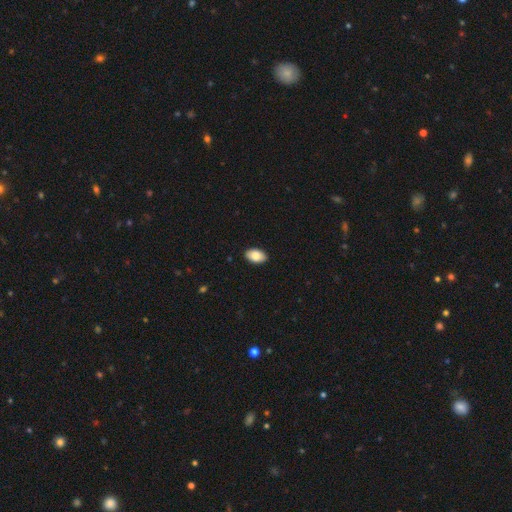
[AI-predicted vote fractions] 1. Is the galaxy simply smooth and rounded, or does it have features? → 84% smooth, 9% featured or disk, 7% star or artifact.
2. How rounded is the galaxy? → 94% in between, 5% round, 1% cigar-shaped.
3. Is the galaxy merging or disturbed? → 90% none, 7% minor disturbance, 2% major disturbance, 1% merger.